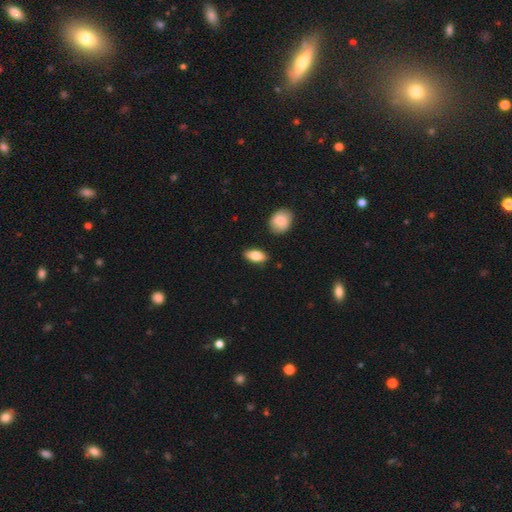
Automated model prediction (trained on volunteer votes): Smooth or featured? Predicted: smooth (p=0.81). How rounded? Predicted: in between (p=0.87). Merging? Predicted: none (p=0.87).